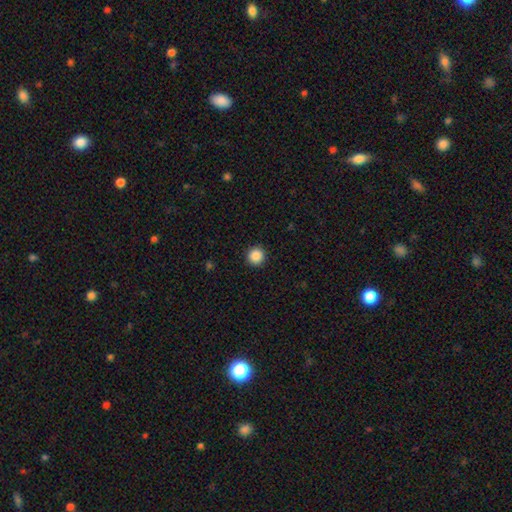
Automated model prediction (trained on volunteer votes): Smooth or featured: smooth — 88% (star or artifact — 9%)
How rounded: round — 95% (in between — 4%)
Merging: none — 93% (minor disturbance — 4%)